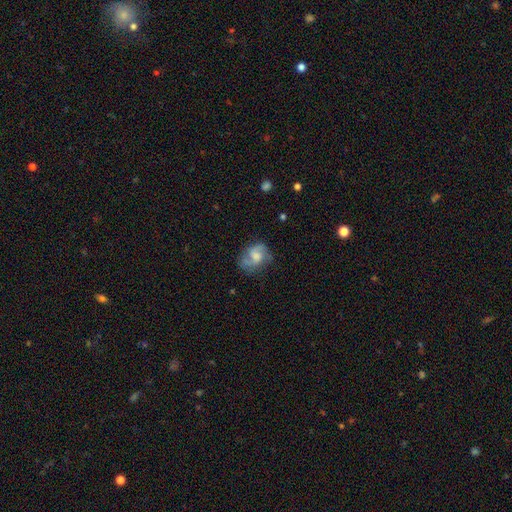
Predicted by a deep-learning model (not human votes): smooth_or_featured: featured or disk (p=0.65) [alt: smooth p=0.27]
disk_edge_on: no (p=0.97) [alt: yes p=0.03]
bar: no (p=0.50) [alt: weak p=0.43]
has_spiral_arms: yes (p=0.89) [alt: no p=0.11]
spiral_winding: medium (p=0.46) [alt: loose p=0.38]
spiral_arm_count: 2 (p=0.79) [alt: can't tell p=0.09]
bulge_size: moderate (p=0.38) [alt: small p=0.23]
merging: none (p=0.62) [alt: minor disturbance p=0.23]